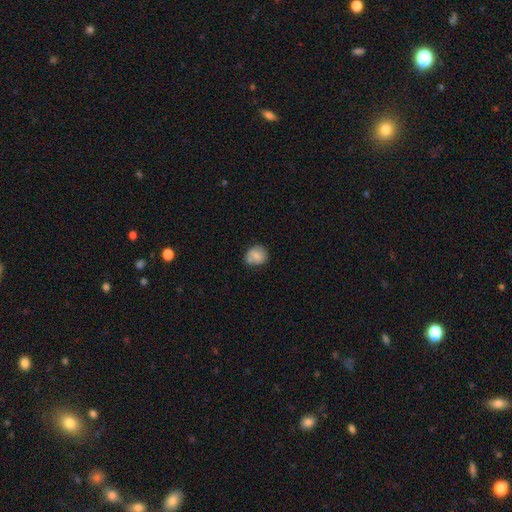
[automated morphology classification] type=smooth (73%); roundness=round (72%); merging=none (59%).